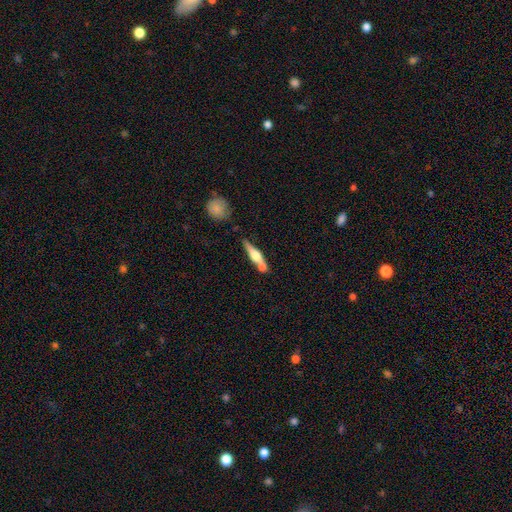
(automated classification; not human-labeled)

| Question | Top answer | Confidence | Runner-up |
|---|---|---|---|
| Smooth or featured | featured or disk | 51% | smooth (43%) |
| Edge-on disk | yes | 90% | no (10%) |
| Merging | none | 51% | merger (30%) |